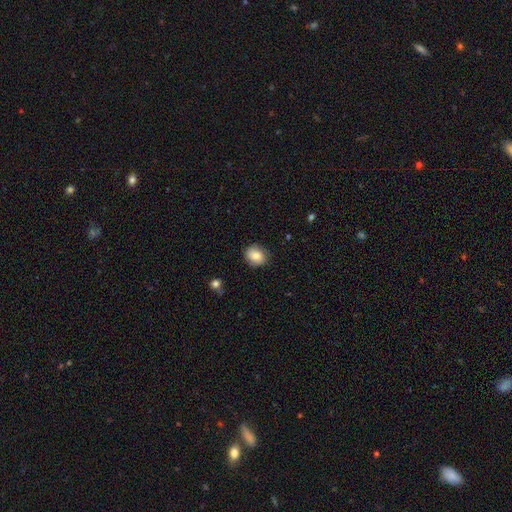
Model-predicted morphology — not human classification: This appears to be a smooth galaxy with no disk features (83%) that is round (60%). Merging: none (83%).